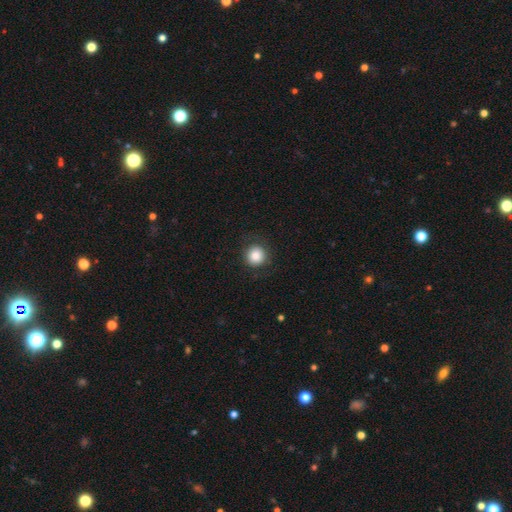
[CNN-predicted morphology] Smooth or featured?
  - smooth: 86% *
  - star or artifact: 9%
  - featured or disk: 5%
How rounded?
  - round: 93% *
  - in between: 6%
  - cigar-shaped: 1%
Merging?
  - none: 86% *
  - minor disturbance: 9%
  - major disturbance: 4%
  - merger: 1%